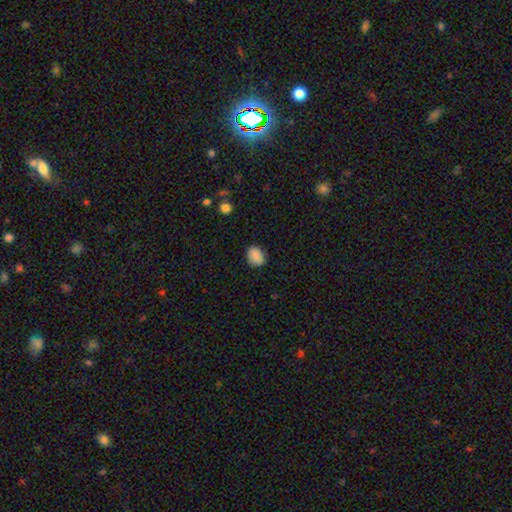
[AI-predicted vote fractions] Smooth or featured? smooth (87%)
How rounded? round (50%)
Merging? none (83%)